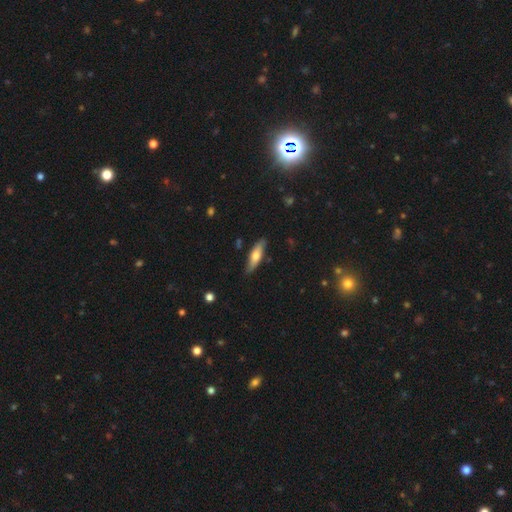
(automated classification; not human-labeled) Smooth or featured: smooth — 61% (featured or disk — 33%)
How rounded: cigar-shaped — 58% (in between — 39%)
Merging: none — 83% (minor disturbance — 13%)